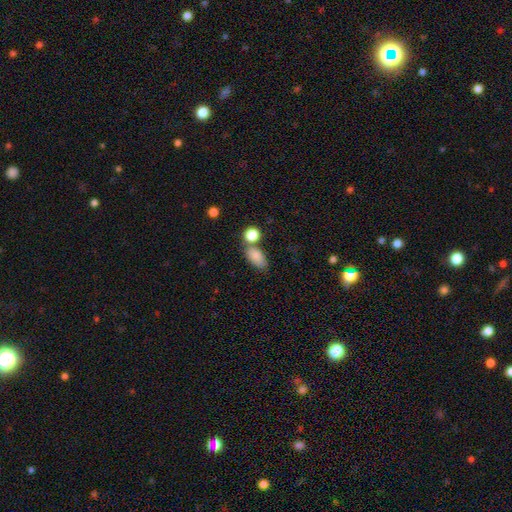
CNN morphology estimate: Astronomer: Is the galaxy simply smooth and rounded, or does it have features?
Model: smooth — 84%.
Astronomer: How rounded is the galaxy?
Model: in between — 87%.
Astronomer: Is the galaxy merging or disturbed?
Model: none — 55%.